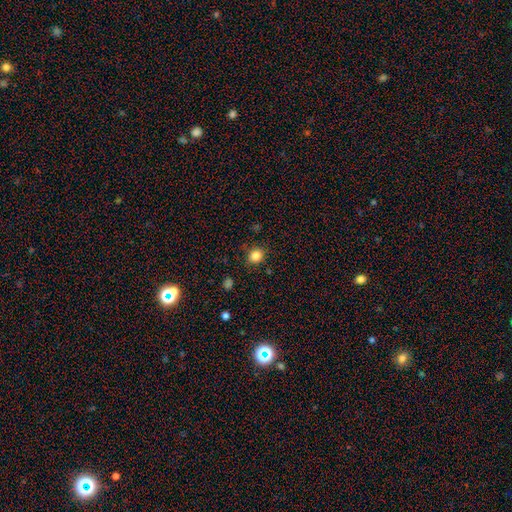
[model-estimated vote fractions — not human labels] smooth-or-featured: smooth: 84% | star or artifact: 12% | featured or disk: 4%
  how-rounded: round: 77% | in between: 22% | cigar-shaped: 1%
  merging: none: 85% | minor disturbance: 10% | major disturbance: 3% | merger: 2%